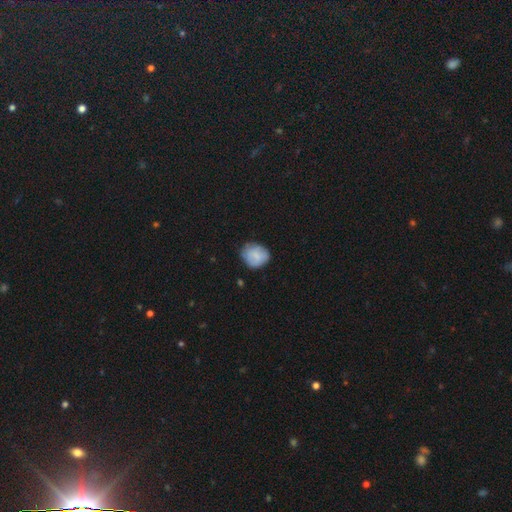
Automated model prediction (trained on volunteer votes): A smooth galaxy with no disk features (78%) that is round (63%).

Vote fractions:
- Smooth or featured? smooth: 78% / featured or disk: 14% / star or artifact: 8%
- How rounded? round: 63% / in between: 36% / cigar-shaped: 1%
- Merging? none: 69% / minor disturbance: 24% / major disturbance: 5% / merger: 2%